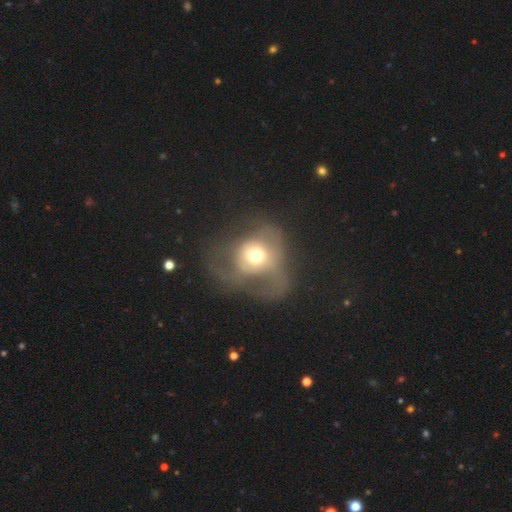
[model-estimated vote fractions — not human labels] Smooth or featured? smooth (48%)
Merging? major disturbance (55%)